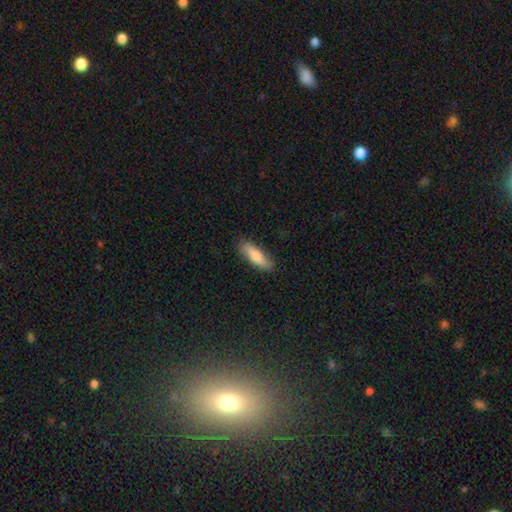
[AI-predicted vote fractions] Overall: smooth (78%). How rounded: cigar-shaped (52%; in between 46%). Merging: none (83%).